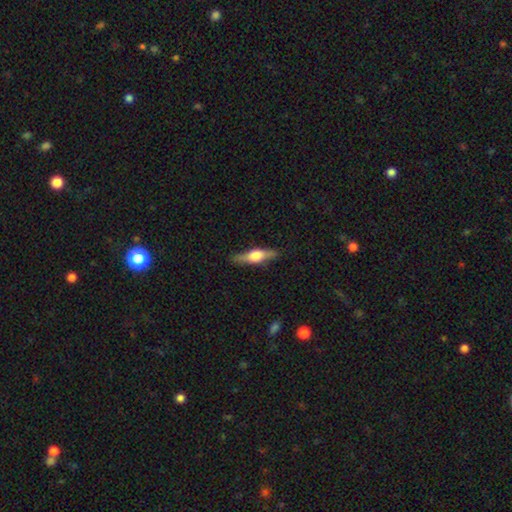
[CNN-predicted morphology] This appears to be a featured or disk galaxy (60%) viewed edge-on (95%) with a rounded central bulge (91%). Merging: none (87%).